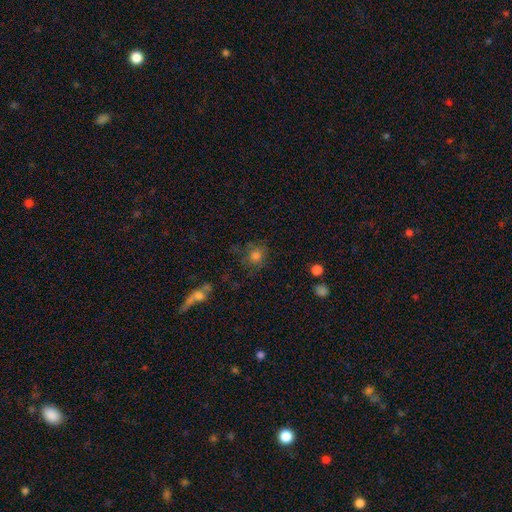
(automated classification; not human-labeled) Q: Smooth or featured?
A: smooth (73%); runner-up: star or artifact (15%)
Q: How rounded?
A: round (81%); runner-up: in between (18%)
Q: Merging?
A: none (65%); runner-up: minor disturbance (19%)